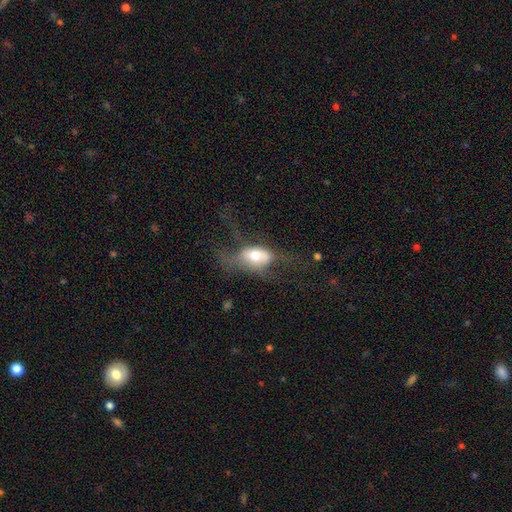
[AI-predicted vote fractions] Smooth or featured? Predicted: smooth (p=0.53). How rounded? Predicted: in between (p=0.83). Merging? Predicted: major disturbance (p=0.52).